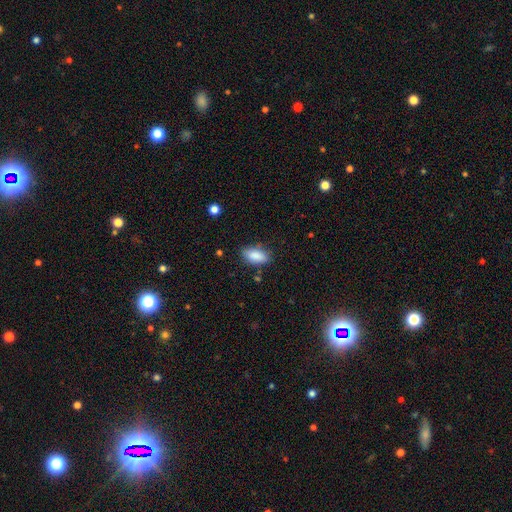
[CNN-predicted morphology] Overall: smooth (87%). How rounded: in between (89%). Merging: none (80%).